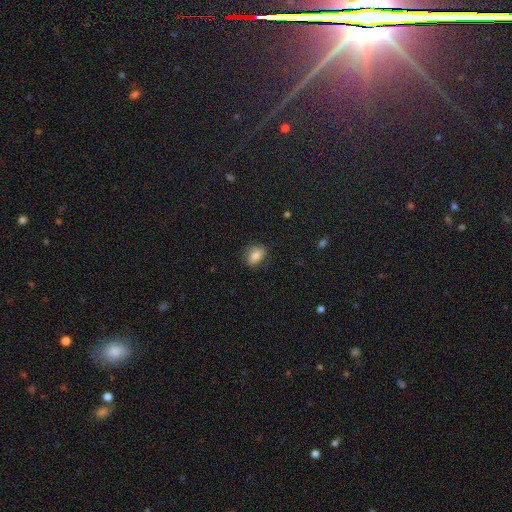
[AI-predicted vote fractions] Smooth or featured? smooth (73%)
How rounded? in between (74%)
Merging? none (76%)